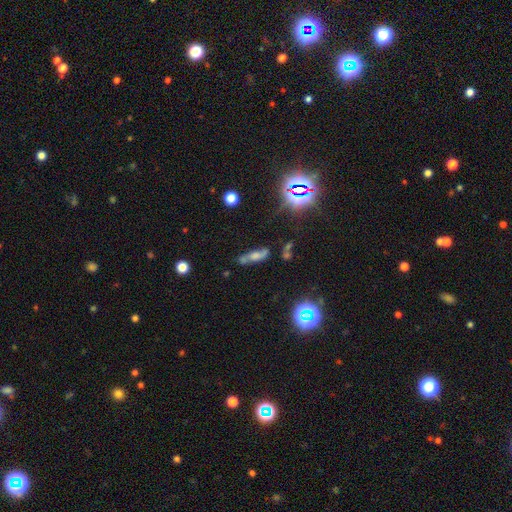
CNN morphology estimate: Smooth or featured?
  - featured or disk: 44% *
  - smooth: 36%
  - star or artifact: 20%
Merging?
  - none: 54% *
  - minor disturbance: 22%
  - merger: 14%
  - major disturbance: 11%